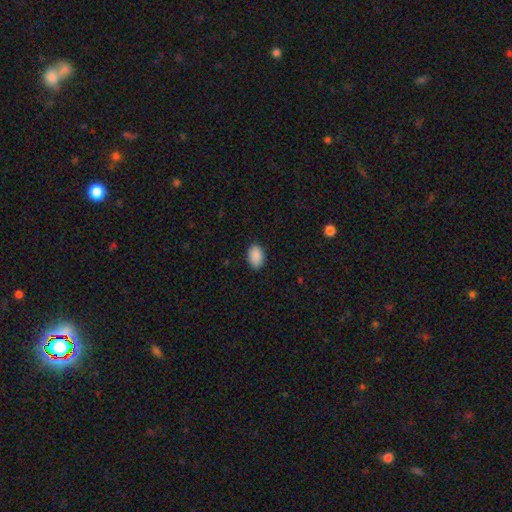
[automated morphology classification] Q: Smooth or featured?
A: smooth (91%); runner-up: star or artifact (7%)
Q: How rounded?
A: in between (87%); runner-up: round (12%)
Q: Merging?
A: none (87%); runner-up: minor disturbance (10%)